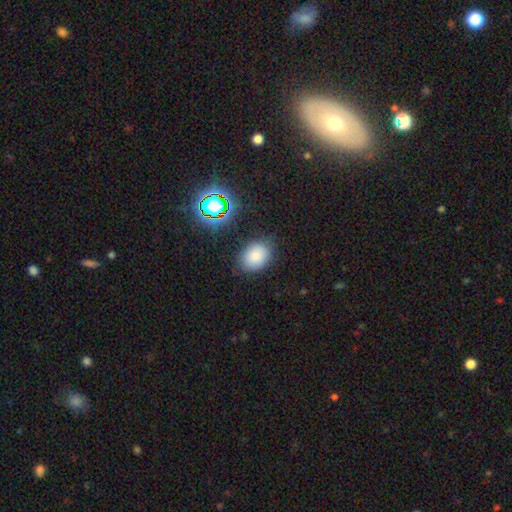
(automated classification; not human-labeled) Overall: smooth (81%). How rounded: in between (66%; round 33%). Merging: none (78%).